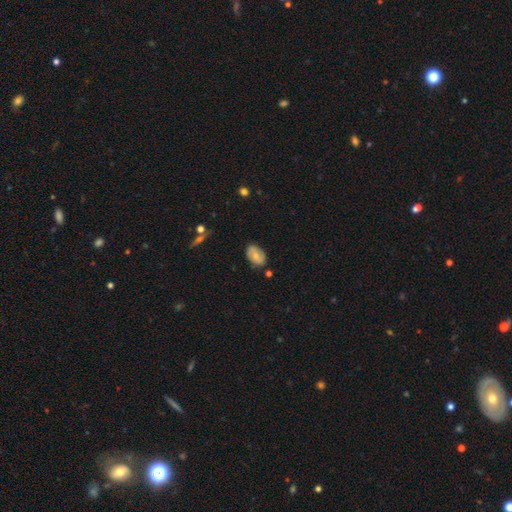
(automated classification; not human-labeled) This appears to be a smooth galaxy with no disk features (64%) that is in between round and cigar-shaped (89%). Merging: none (79%).